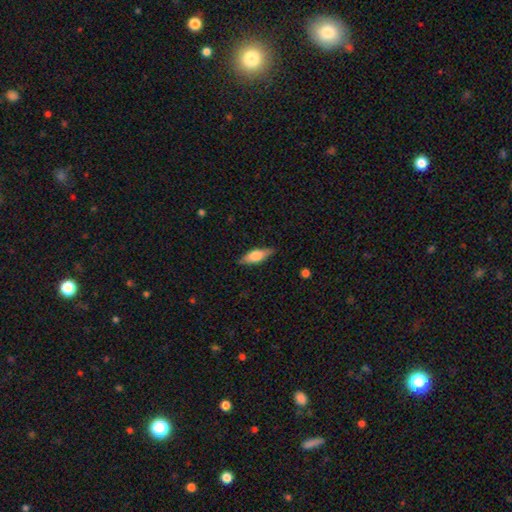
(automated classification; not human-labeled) smooth-or-featured: smooth: 61% | featured or disk: 33% | star or artifact: 6%
  how-rounded: in between: 57% | cigar-shaped: 40% | round: 3%
  merging: none: 85% | minor disturbance: 11% | major disturbance: 2% | merger: 1%